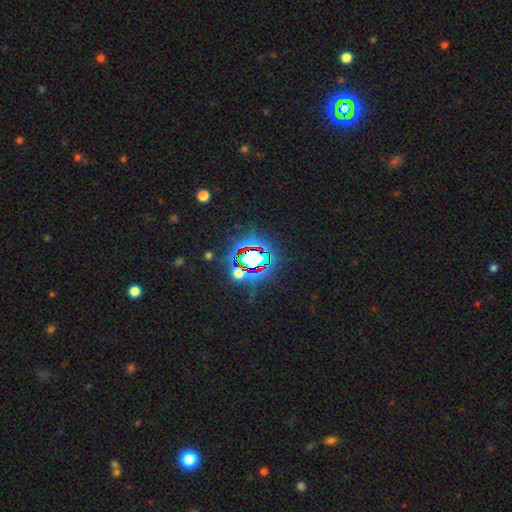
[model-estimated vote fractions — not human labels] This appears to be a star or artifact, not a galaxy (79%).